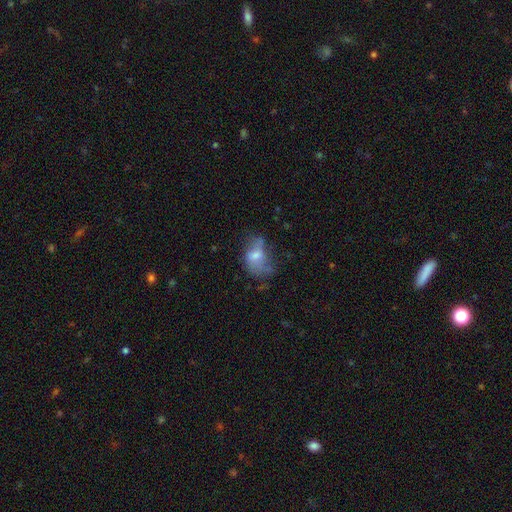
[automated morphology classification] smooth-or-featured: smooth: 51% | featured or disk: 37% | star or artifact: 12%
  how-rounded: in between: 77% | round: 21% | cigar-shaped: 2%
  merging: none: 34% | major disturbance: 31% | minor disturbance: 29% | merger: 5%